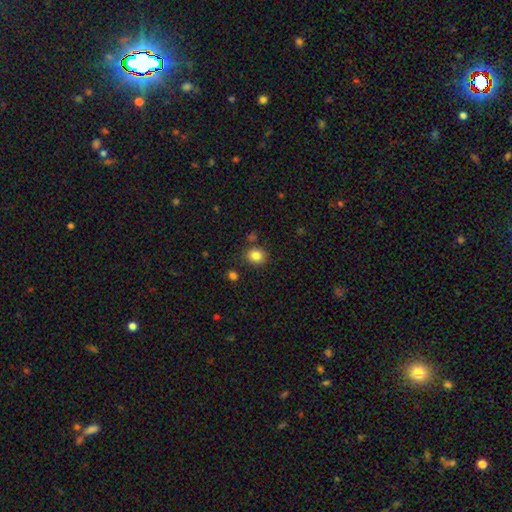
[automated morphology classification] Smooth or featured? Predicted: smooth (p=0.84). How rounded? Predicted: round (p=0.70). Merging? Predicted: none (p=0.82).